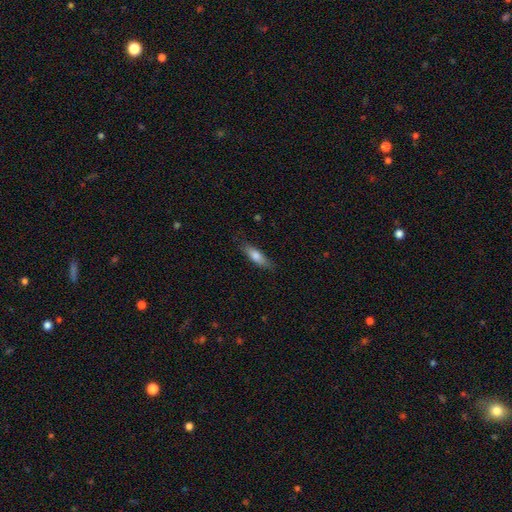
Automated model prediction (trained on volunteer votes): This is likely a smooth galaxy (74%). How rounded: possibly cigar-shaped (54%). Merging: clearly none (82%).